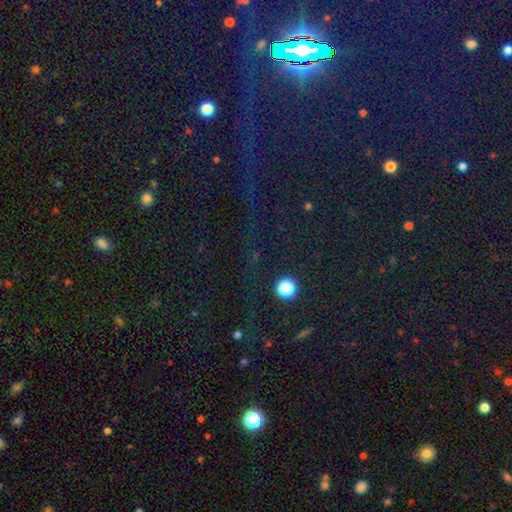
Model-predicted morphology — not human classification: A star or artifact, not a galaxy (79%).

Vote fractions:
- Smooth or featured? star or artifact: 79% / smooth: 13% / featured or disk: 8%